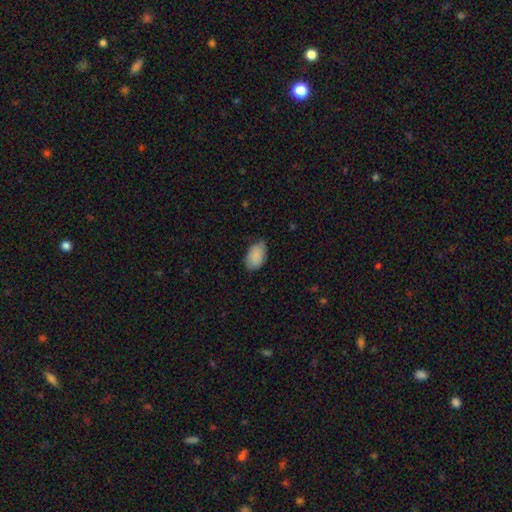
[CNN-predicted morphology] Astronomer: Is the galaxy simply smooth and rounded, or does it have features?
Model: smooth — 87%.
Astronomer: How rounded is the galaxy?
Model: in between — 90%.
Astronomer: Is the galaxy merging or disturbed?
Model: none — 61%.